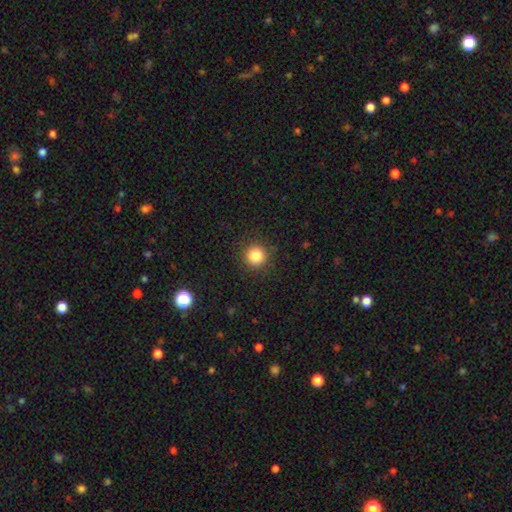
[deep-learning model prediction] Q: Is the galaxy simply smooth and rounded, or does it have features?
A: smooth — 83%.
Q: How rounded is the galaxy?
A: round — 94%.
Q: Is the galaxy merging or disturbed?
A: none — 91%.